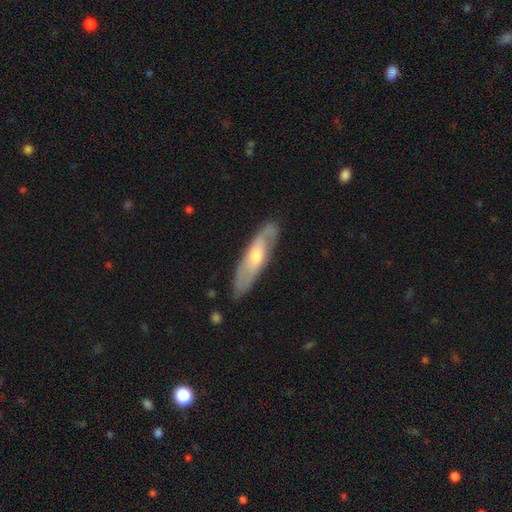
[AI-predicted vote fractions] smooth_or_featured: featured or disk (p=0.60) [alt: smooth p=0.35]
disk_edge_on: no (p=0.62) [alt: yes p=0.38]
merging: none (p=0.79) [alt: minor disturbance p=0.16]